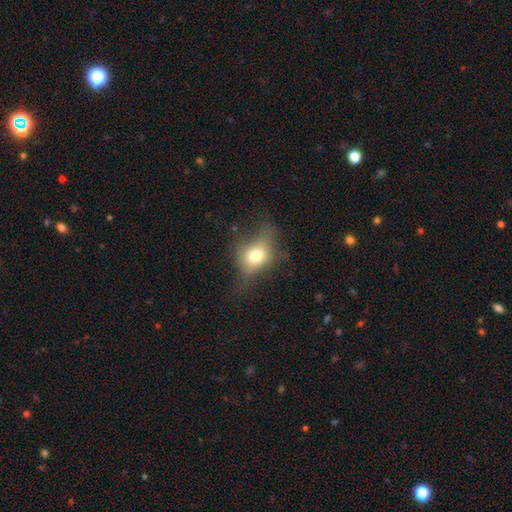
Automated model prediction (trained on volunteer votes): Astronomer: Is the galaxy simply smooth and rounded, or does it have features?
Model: smooth — 67%.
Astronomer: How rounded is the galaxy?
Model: in between — 56% (runner-up: round, 41%).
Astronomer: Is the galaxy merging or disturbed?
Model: none — 41% (runner-up: minor disturbance, 29%).